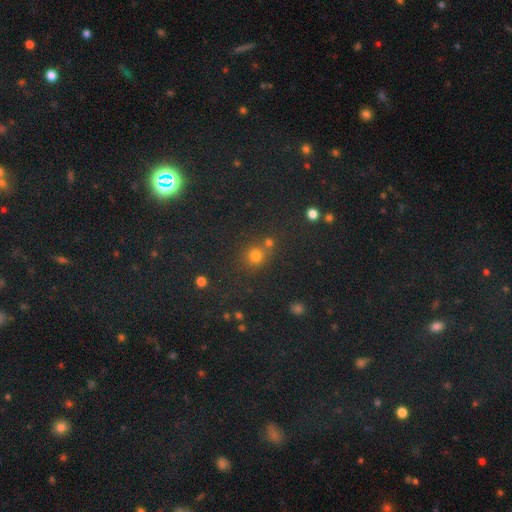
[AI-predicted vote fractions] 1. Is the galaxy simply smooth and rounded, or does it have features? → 70% smooth, 23% star or artifact, 7% featured or disk.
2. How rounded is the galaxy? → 86% round, 13% in between, 1% cigar-shaped.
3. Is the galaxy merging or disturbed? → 65% none, 21% merger, 10% minor disturbance, 4% major disturbance.